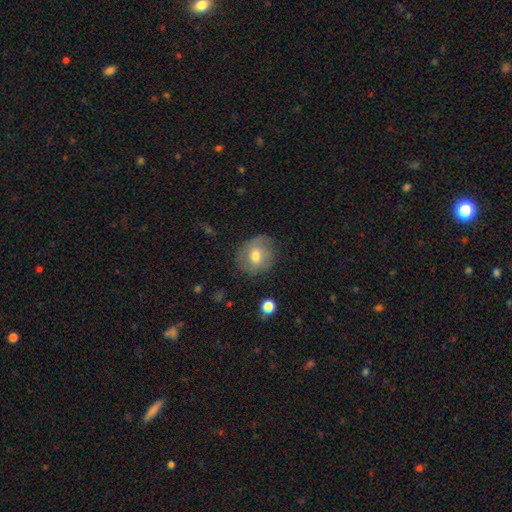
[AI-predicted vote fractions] Q: Smooth or featured?
A: smooth (61%); runner-up: featured or disk (31%)
Q: How rounded?
A: round (79%); runner-up: in between (20%)
Q: Merging?
A: none (72%); runner-up: minor disturbance (20%)